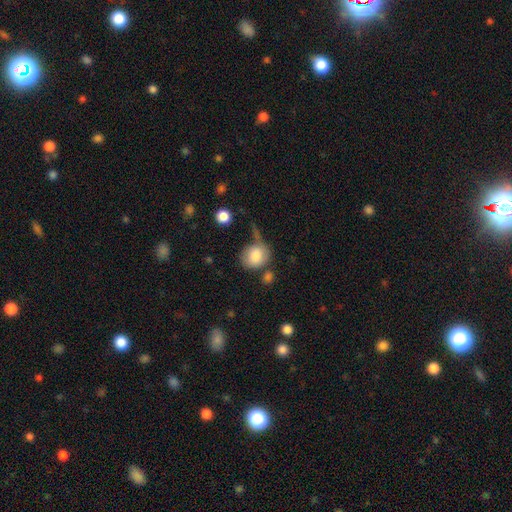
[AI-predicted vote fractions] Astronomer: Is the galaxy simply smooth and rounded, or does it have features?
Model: smooth — 81%.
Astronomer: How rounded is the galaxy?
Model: round — 73%.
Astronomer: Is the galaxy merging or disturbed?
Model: none — 52%.